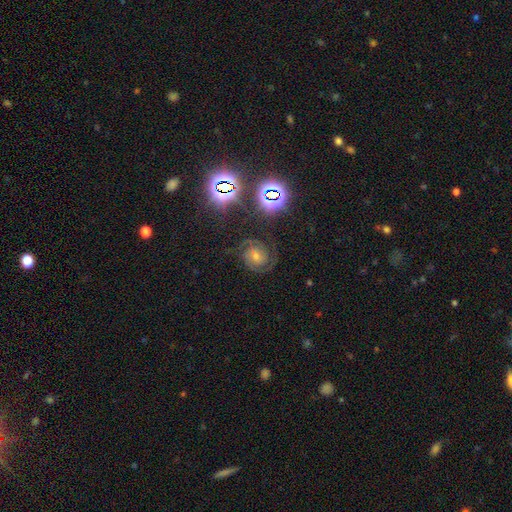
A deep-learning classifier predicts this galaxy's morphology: A featured or disk galaxy (69%) with no bar (43%), 2 (70%) tight (59%) spiral arms (97%) and a moderate central bulge (48%). Merging: none (76%).